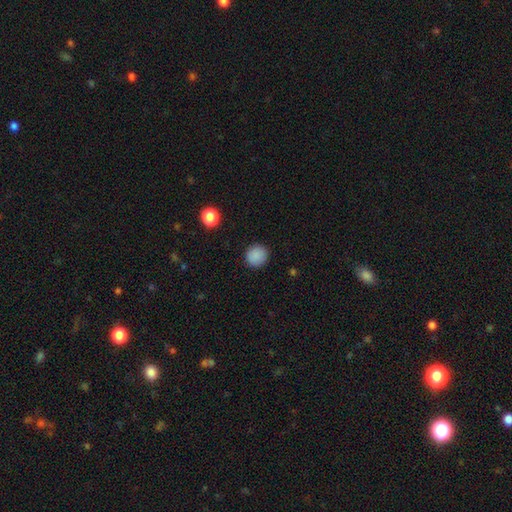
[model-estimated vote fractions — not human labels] A smooth galaxy with no disk features (88%) that is round (91%).

Vote fractions:
- Smooth or featured? smooth: 88% / star or artifact: 9% / featured or disk: 3%
- How rounded? round: 91% / in between: 8% / cigar-shaped: 1%
- Merging? none: 90% / minor disturbance: 6% / major disturbance: 2% / merger: 1%